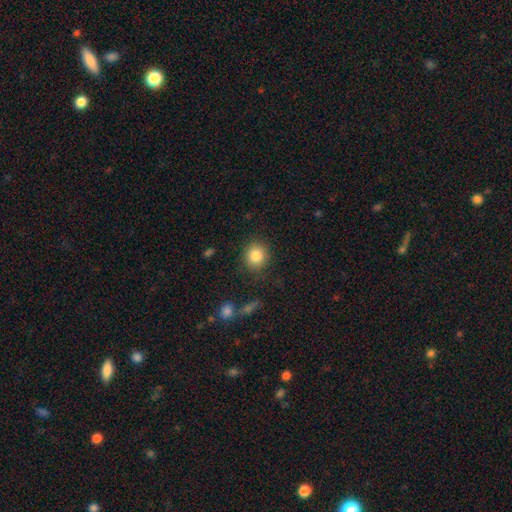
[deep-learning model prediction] Smooth or featured? smooth (85%)
How rounded? round (82%)
Merging? none (85%)